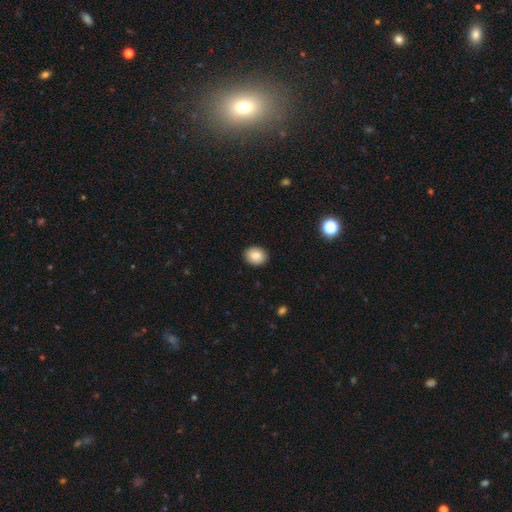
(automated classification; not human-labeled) Overall: smooth (84%). How rounded: round (61%; in between 38%). Merging: none (91%).